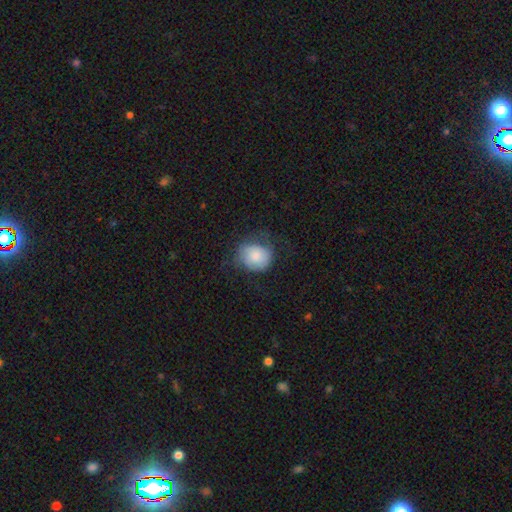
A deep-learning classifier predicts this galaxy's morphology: This is likely a smooth galaxy (70%). How rounded: likely round (70%). Merging: possibly none (53%).